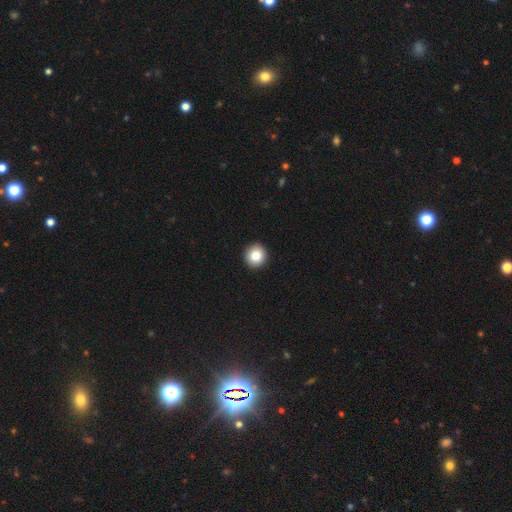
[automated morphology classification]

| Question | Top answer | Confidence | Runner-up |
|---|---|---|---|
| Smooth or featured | smooth | 86% | star or artifact (9%) |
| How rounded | round | 93% | in between (6%) |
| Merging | none | 93% | minor disturbance (5%) |